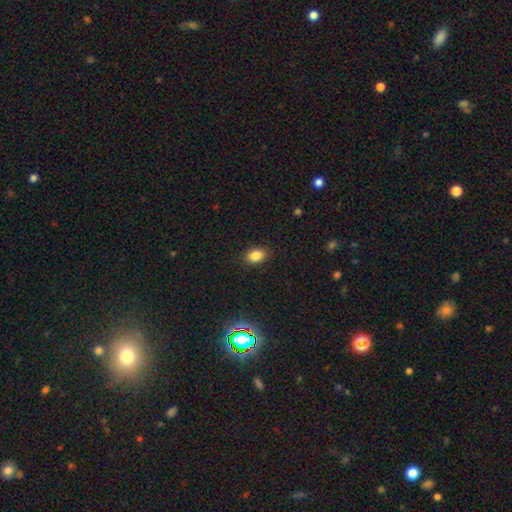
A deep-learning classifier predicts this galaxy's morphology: This appears to be a smooth galaxy with no disk features (84%) that is in between round and cigar-shaped (75%). Merging: none (89%).